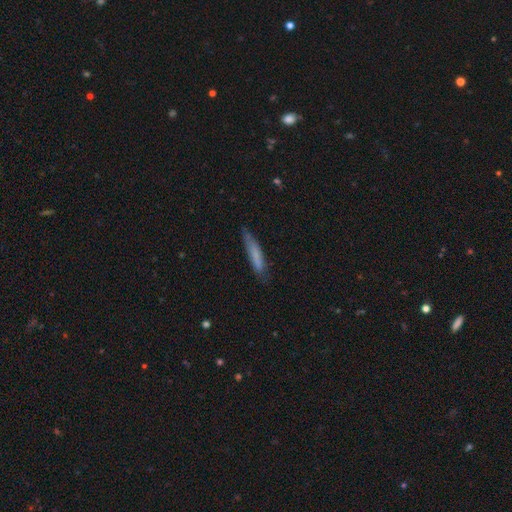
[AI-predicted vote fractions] Smooth or featured: smooth — 70% (featured or disk — 23%)
How rounded: cigar-shaped — 87% (in between — 11%)
Merging: none — 70% (minor disturbance — 23%)